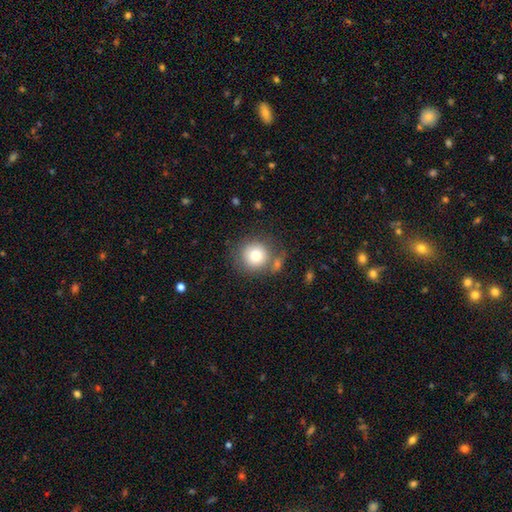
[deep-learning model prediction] This appears to be a smooth galaxy with no disk features (77%) that is round (92%). Merging: none (71%).